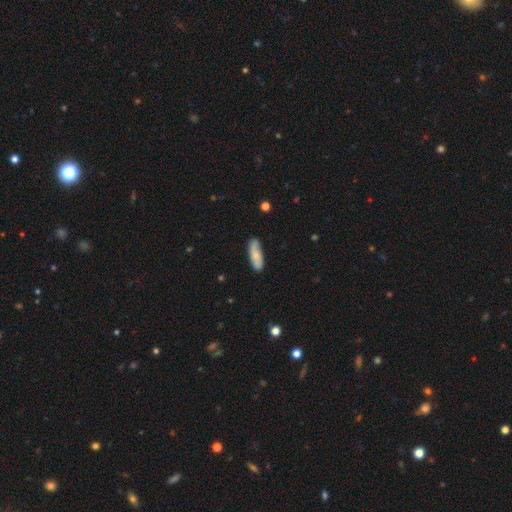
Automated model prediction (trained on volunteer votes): This is likely a smooth galaxy (73%). How rounded: possibly in between (55%). Merging: likely none (74%).